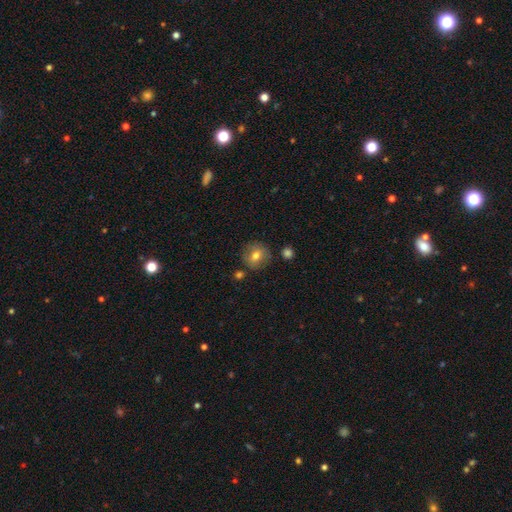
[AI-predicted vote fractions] Smooth or featured? smooth (72%)
How rounded? round (87%)
Merging? none (80%)